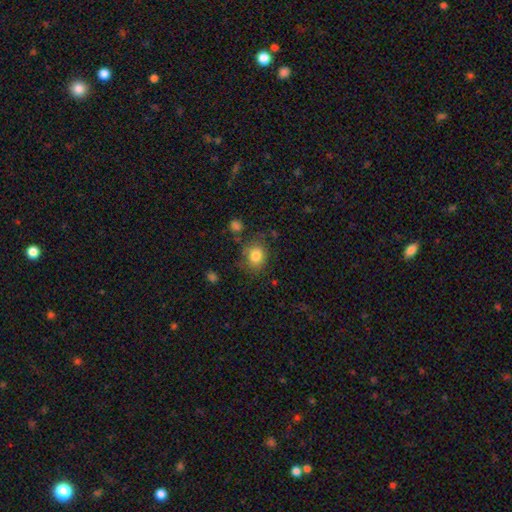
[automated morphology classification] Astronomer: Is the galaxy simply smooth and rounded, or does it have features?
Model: smooth — 83%.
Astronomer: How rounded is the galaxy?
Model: round — 63%.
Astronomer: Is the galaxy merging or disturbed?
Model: none — 71%.